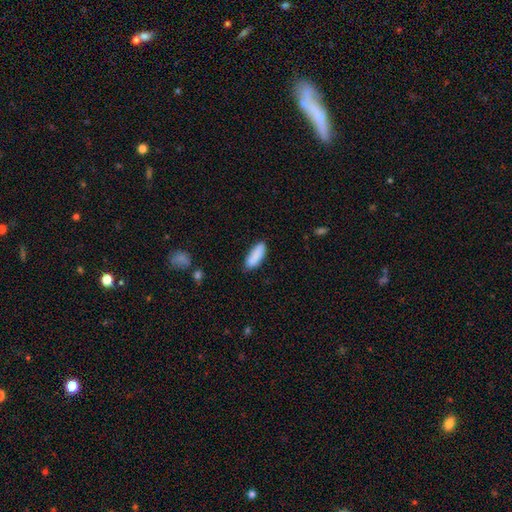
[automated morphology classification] Smooth or featured? Predicted: smooth (p=0.88). How rounded? Predicted: in between (p=0.69). Merging? Predicted: none (p=0.79).